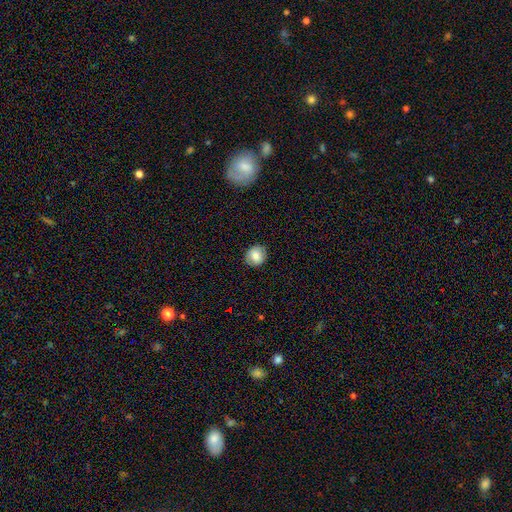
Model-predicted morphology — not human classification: Smooth or featured? smooth (77%)
How rounded? round (82%)
Merging? none (87%)